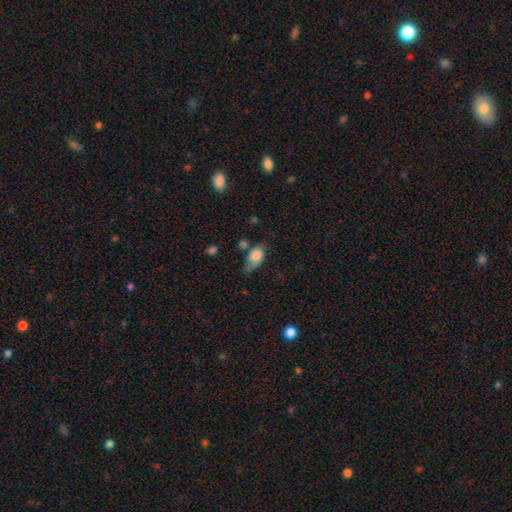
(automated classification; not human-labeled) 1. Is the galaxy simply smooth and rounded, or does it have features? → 73% smooth, 19% featured or disk, 8% star or artifact.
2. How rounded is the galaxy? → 88% in between, 8% round, 4% cigar-shaped.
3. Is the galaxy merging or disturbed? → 43% none, 36% minor disturbance, 15% major disturbance, 6% merger.